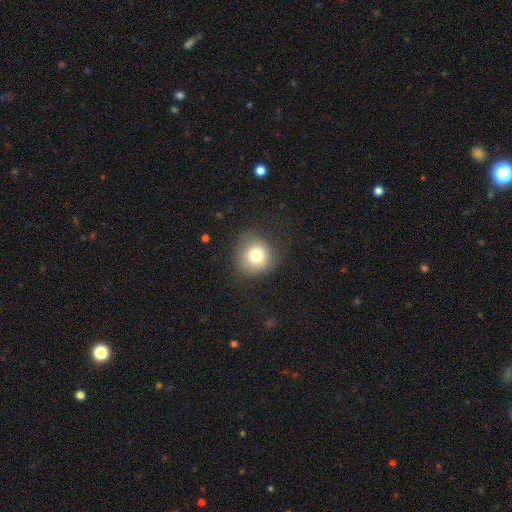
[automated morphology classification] A smooth galaxy with no disk features (77%) that is round (90%). Merging: none (80%).